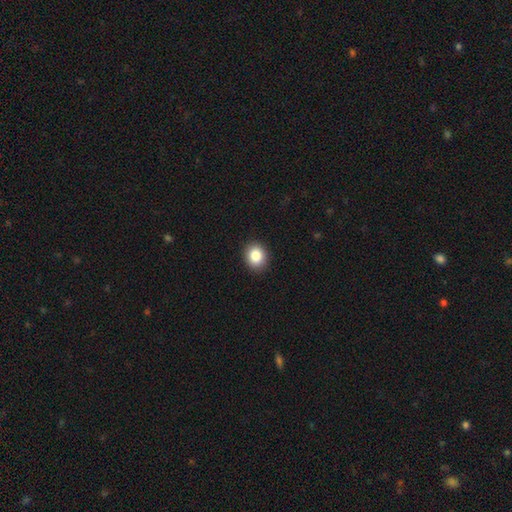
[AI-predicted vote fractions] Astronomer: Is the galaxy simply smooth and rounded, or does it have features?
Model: smooth — 86%.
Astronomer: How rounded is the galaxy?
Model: round — 65%.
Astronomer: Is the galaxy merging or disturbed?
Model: none — 91%.